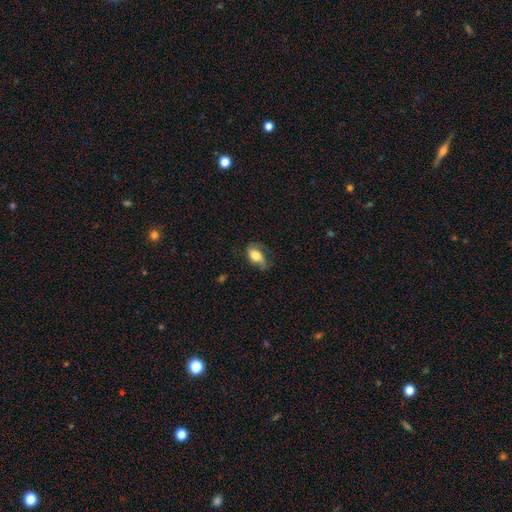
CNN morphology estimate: smooth 67%, featured or disk 26%, star or artifact 7%. Down the decision tree: how rounded — in between (88%); merging — none (57%).